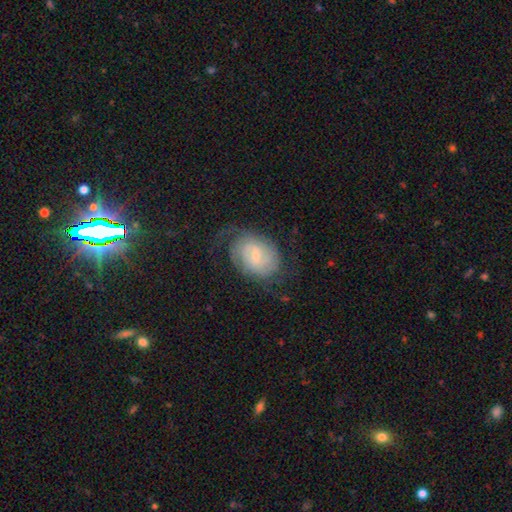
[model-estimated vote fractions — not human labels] This appears to be a featured or disk galaxy (73%) with a weak bar (56%), 2 (47%) tight (50%) spiral arms (90%) and a small central bulge (67%). Merging: none (62%).